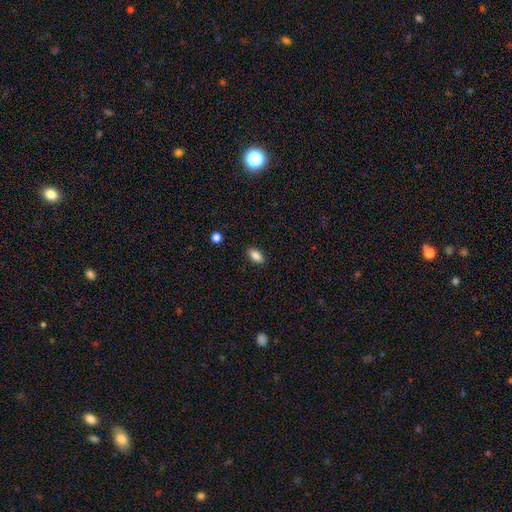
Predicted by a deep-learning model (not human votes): Smooth or featured? smooth (86%)
How rounded? in between (88%)
Merging? none (88%)